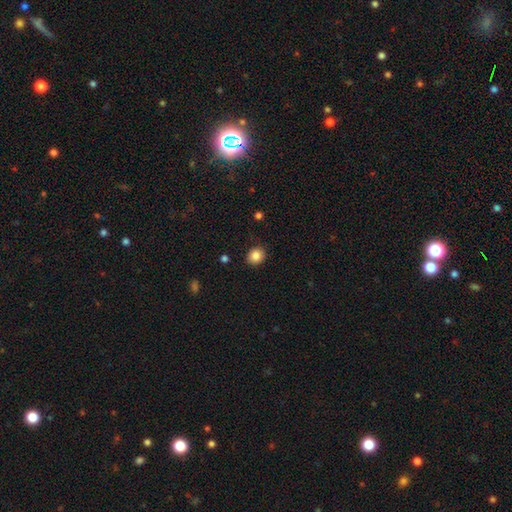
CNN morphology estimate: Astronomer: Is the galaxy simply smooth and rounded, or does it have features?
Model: smooth — 85%.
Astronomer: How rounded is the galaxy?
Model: round — 71%.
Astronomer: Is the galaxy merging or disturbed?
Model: none — 88%.